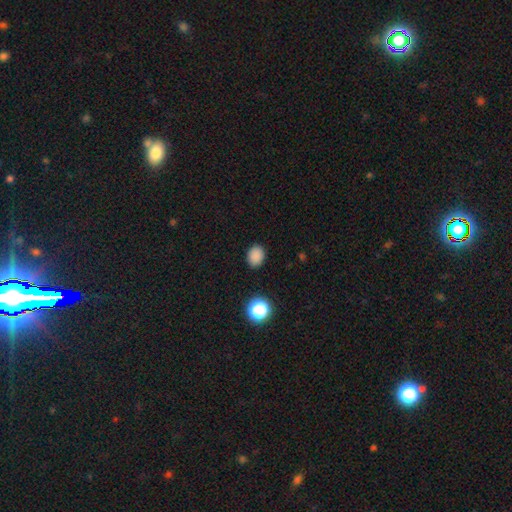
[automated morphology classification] Overall: smooth (85%). How rounded: in between (52%; round 47%). Merging: none (88%).